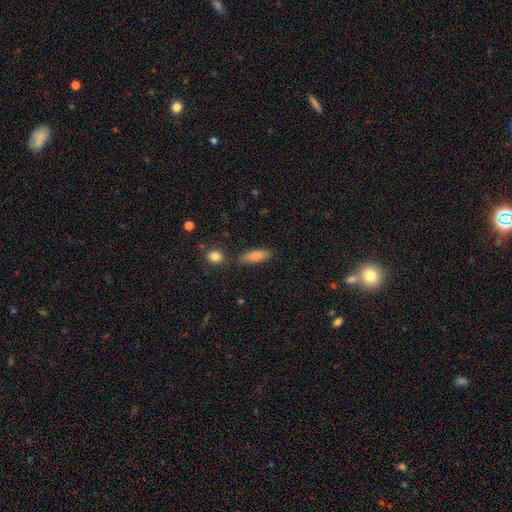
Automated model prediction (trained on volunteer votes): Smooth or featured: smooth — 83% (featured or disk — 9%)
How rounded: in between — 59% (cigar-shaped — 38%)
Merging: none — 80% (minor disturbance — 12%)